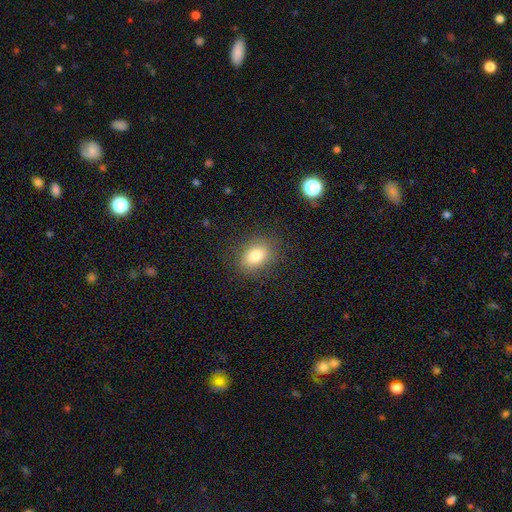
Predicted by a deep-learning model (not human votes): Smooth or featured: smooth — 81% (star or artifact — 10%)
How rounded: in between — 71% (round — 27%)
Merging: none — 84% (minor disturbance — 11%)